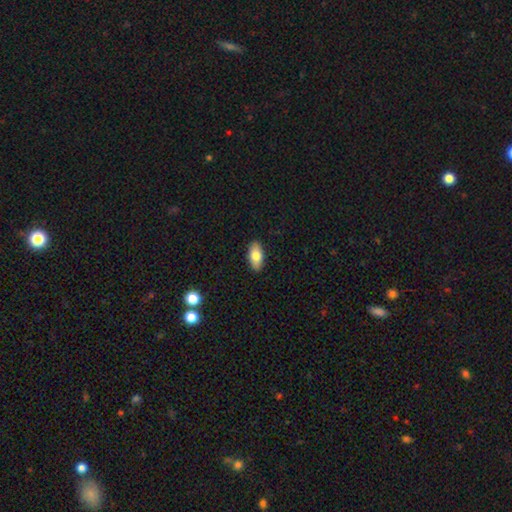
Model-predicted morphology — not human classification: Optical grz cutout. It shows a smooth galaxy with no disk features (78%) that is in between round and cigar-shaped (90%). Merging: none (90%).